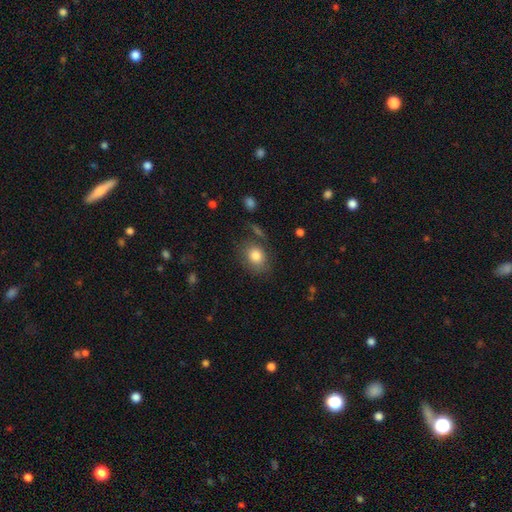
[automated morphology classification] smooth 82%, featured or disk 10%, star or artifact 9%. Down the decision tree: how rounded — in between (57%); merging — none (71%).